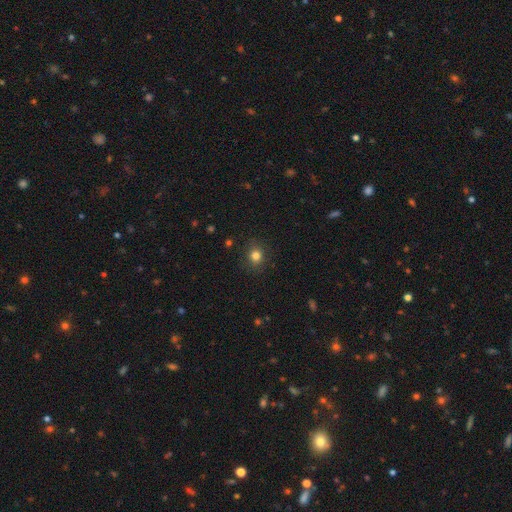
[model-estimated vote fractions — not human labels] smooth_or_featured: smooth (p=0.81) [alt: star or artifact p=0.13]
how_rounded: round (p=0.76) [alt: in between p=0.23]
merging: none (p=0.86) [alt: minor disturbance p=0.09]